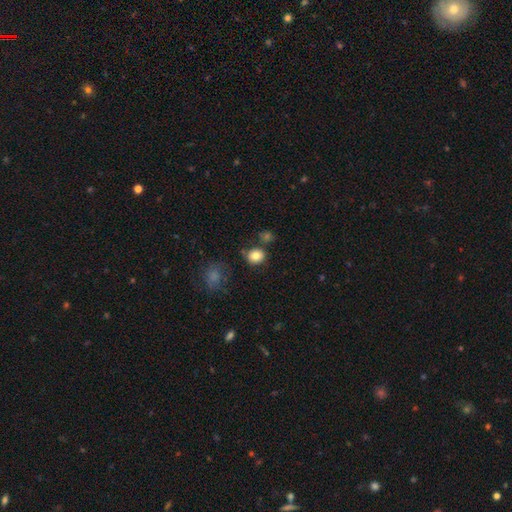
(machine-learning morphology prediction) Q: Smooth or featured?
A: smooth (82%); runner-up: star or artifact (11%)
Q: How rounded?
A: round (78%); runner-up: in between (21%)
Q: Merging?
A: none (73%); runner-up: minor disturbance (13%)